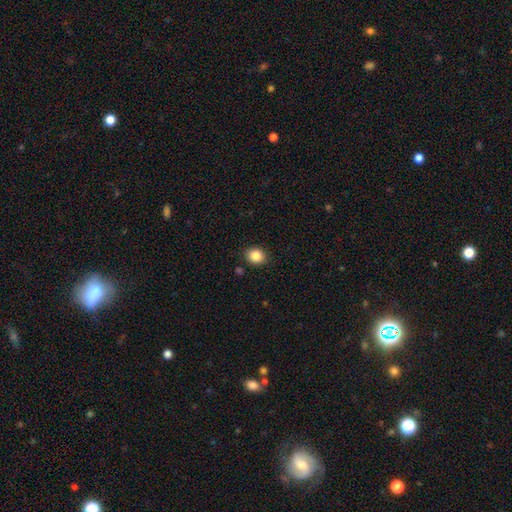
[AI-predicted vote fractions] A smooth galaxy with no disk features (86%) that is round (65%). Merging: none (88%).